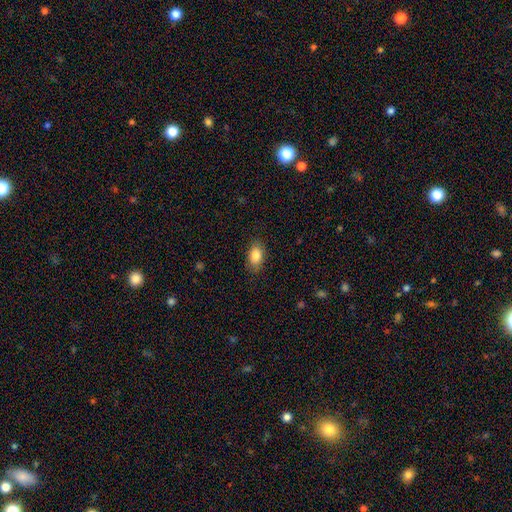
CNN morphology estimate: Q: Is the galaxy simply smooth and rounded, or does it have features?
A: smooth — 85%.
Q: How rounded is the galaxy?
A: in between — 89%.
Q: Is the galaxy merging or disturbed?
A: none — 86%.